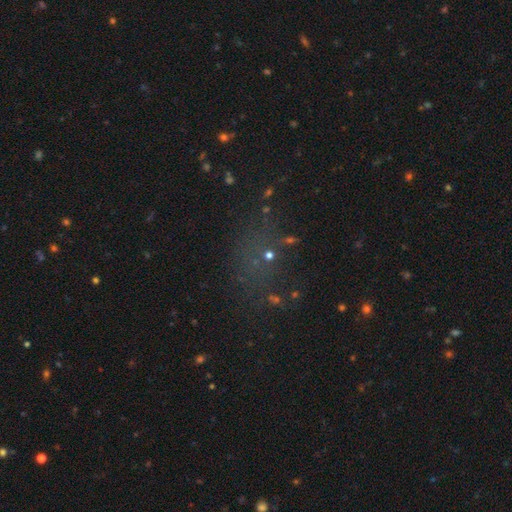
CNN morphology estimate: type=star or artifact (50%).